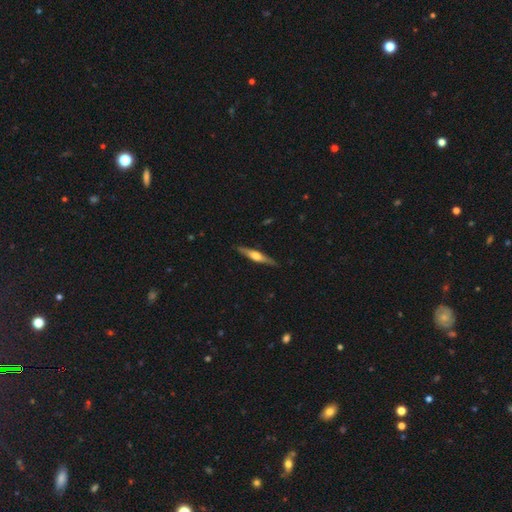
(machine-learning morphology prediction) This appears to be a featured or disk galaxy (69%) viewed edge-on (97%) with a rounded central bulge (84%). Merging: none (88%).